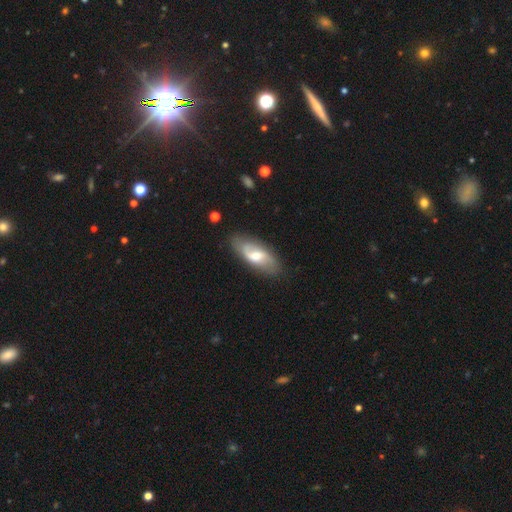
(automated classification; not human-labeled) smooth-or-featured: featured or disk: 61% | smooth: 33% | star or artifact: 6%
  disk-edge-on: no: 91% | yes: 9%
    bar: weak: 55% | no: 29% | strong: 16%
    has-spiral-arms: yes: 84% | no: 16%
    bulge-size: moderate: 57% | small: 24% | large: 14% | none: 4% | dominant: 1%
  merging: none: 78% | minor disturbance: 15% | major disturbance: 5% | merger: 2%